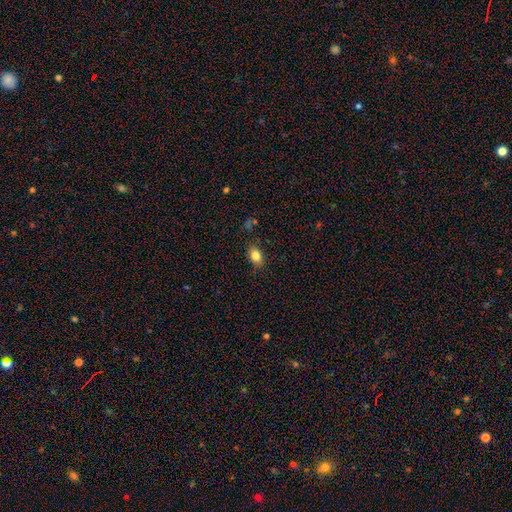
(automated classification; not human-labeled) Q: Smooth or featured?
A: smooth (83%); runner-up: star or artifact (10%)
Q: How rounded?
A: in between (72%); runner-up: round (26%)
Q: Merging?
A: none (83%); runner-up: minor disturbance (12%)